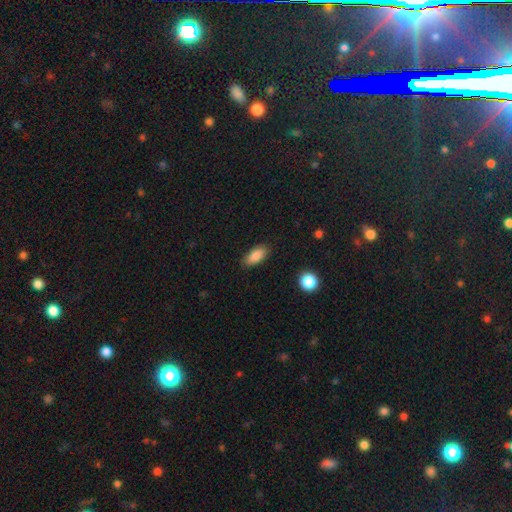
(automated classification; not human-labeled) smooth_or_featured: smooth (p=0.86) [alt: star or artifact p=0.07]
how_rounded: in between (p=0.87) [alt: cigar-shaped p=0.10]
merging: none (p=0.86) [alt: minor disturbance p=0.10]